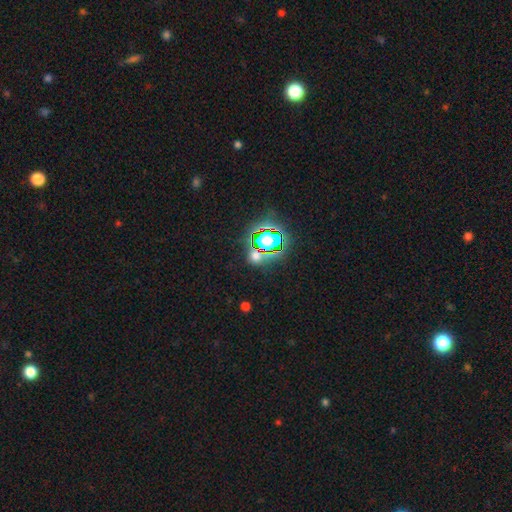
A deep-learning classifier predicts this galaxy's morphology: Smooth or featured? Predicted: star or artifact (p=0.73).